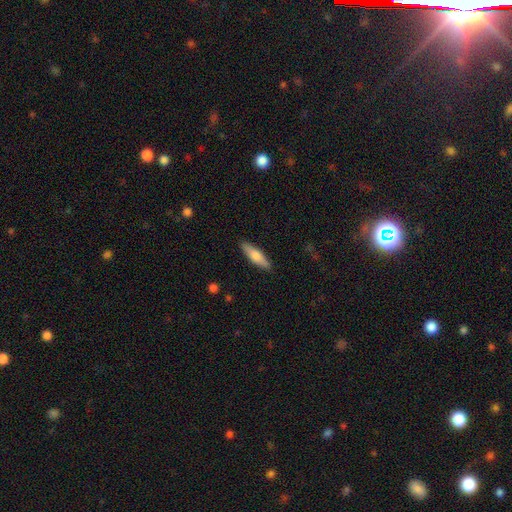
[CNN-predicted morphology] Smooth or featured?
  - smooth: 66% *
  - featured or disk: 28%
  - star or artifact: 6%
How rounded?
  - cigar-shaped: 65% *
  - in between: 33%
  - round: 2%
Merging?
  - none: 89% *
  - minor disturbance: 8%
  - major disturbance: 2%
  - merger: 1%